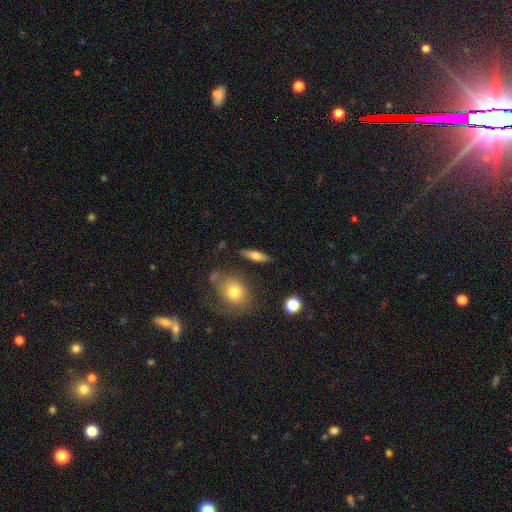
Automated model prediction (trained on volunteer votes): A smooth galaxy with no disk features (62%) that is cigar-shaped (50%).

Vote fractions:
- Smooth or featured? smooth: 62% / featured or disk: 31% / star or artifact: 8%
- How rounded? cigar-shaped: 50% / in between: 45% / round: 5%
- Merging? none: 83% / minor disturbance: 10% / merger: 3% / major disturbance: 3%